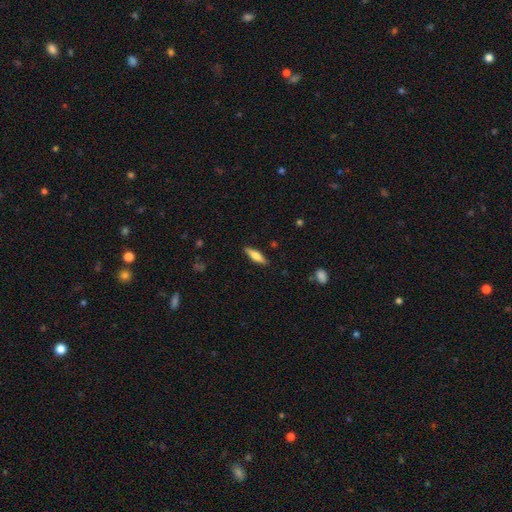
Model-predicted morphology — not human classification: This is possibly a smooth galaxy (58%). How rounded: likely cigar-shaped (61%). Merging: clearly none (87%).